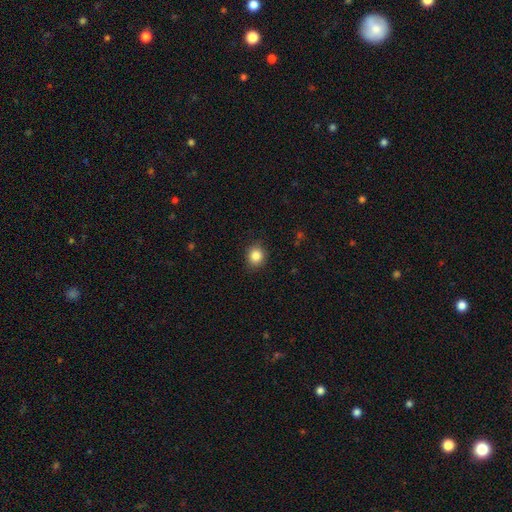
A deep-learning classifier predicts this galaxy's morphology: smooth_or_featured: smooth (p=0.86) [alt: star or artifact p=0.10]
how_rounded: round (p=0.76) [alt: in between p=0.23]
merging: none (p=0.87) [alt: minor disturbance p=0.10]